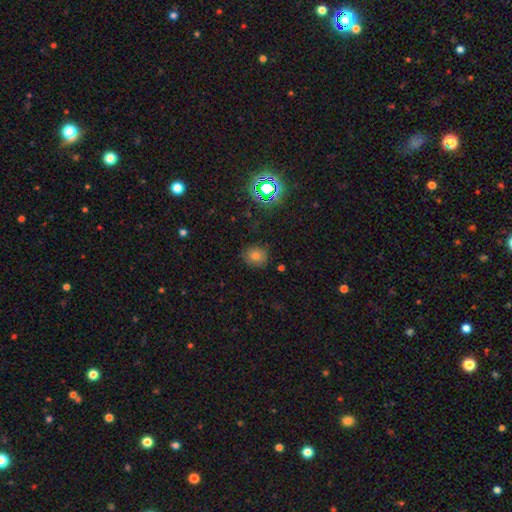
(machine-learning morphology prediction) Smooth or featured? smooth (68%)
How rounded? round (68%)
Merging? none (81%)